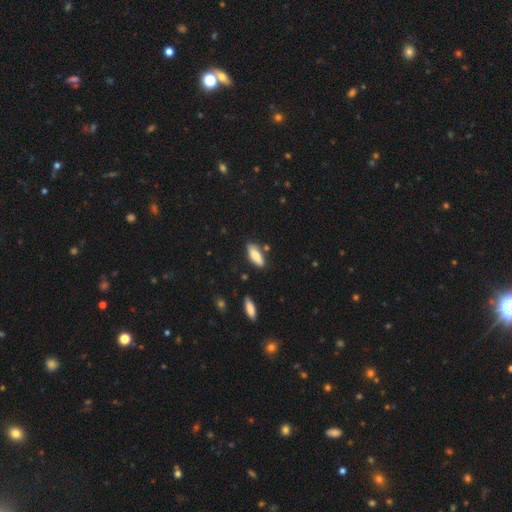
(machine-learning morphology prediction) Smooth or featured? Predicted: smooth (p=0.83). How rounded? Predicted: in between (p=0.72). Merging? Predicted: none (p=0.78).